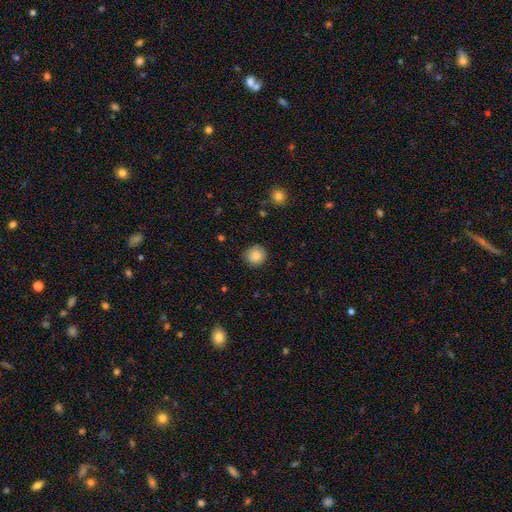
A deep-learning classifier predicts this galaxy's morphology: Smooth or featured? Predicted: smooth (p=0.85). How rounded? Predicted: round (p=0.93). Merging? Predicted: none (p=0.89).